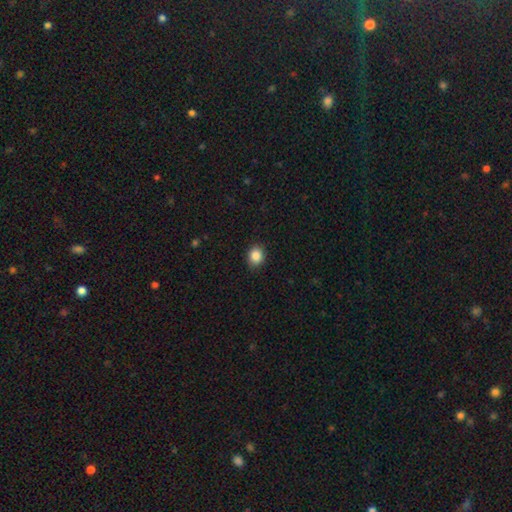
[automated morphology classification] Smooth or featured? Predicted: smooth (p=0.87). How rounded? Predicted: round (p=0.62). Merging? Predicted: none (p=0.87).